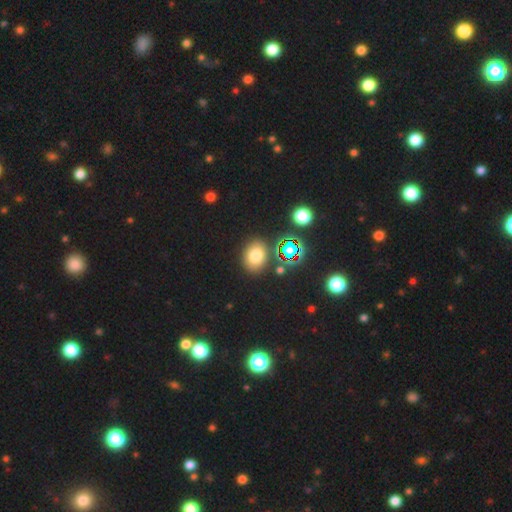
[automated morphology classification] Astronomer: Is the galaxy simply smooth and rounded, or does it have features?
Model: smooth — 70%.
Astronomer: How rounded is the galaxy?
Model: in between — 56% (runner-up: round, 43%).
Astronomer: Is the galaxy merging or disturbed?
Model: none — 82%.